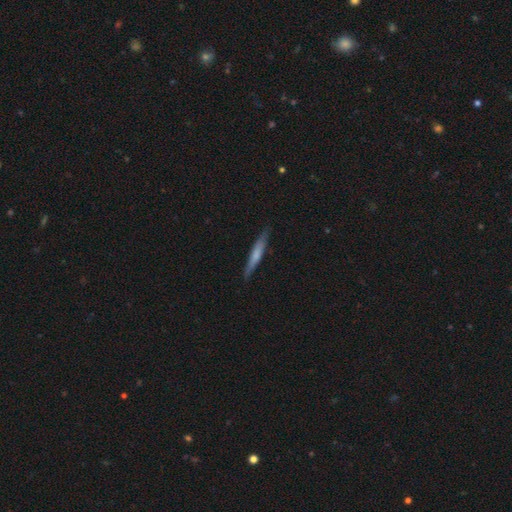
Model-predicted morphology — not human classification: Smooth or featured? Predicted: smooth (p=0.49). Merging? Predicted: none (p=0.86).